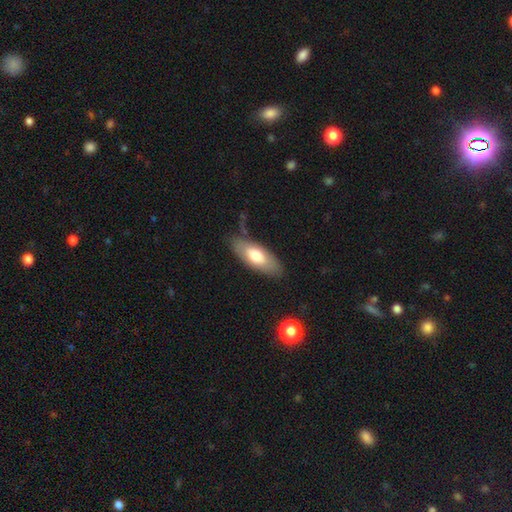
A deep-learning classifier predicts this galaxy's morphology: smooth-or-featured: smooth: 67% | featured or disk: 27% | star or artifact: 6%
  how-rounded: in between: 82% | cigar-shaped: 16% | round: 2%
  merging: none: 74% | minor disturbance: 18% | major disturbance: 5% | merger: 3%